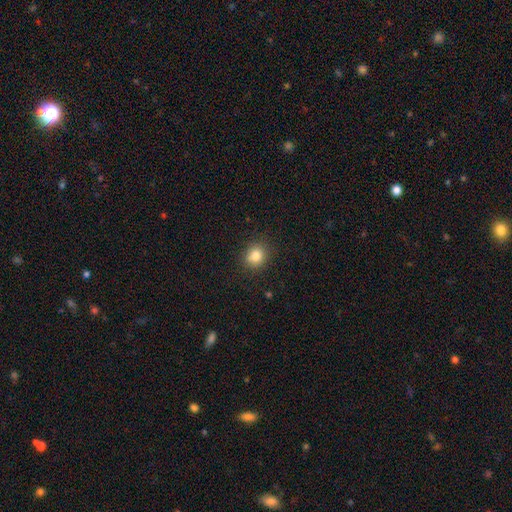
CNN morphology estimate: A smooth galaxy with no disk features (82%) that is round (81%).

Vote fractions:
- Smooth or featured? smooth: 82% / star or artifact: 12% / featured or disk: 7%
- How rounded? round: 81% / in between: 18% / cigar-shaped: 1%
- Merging? none: 86% / minor disturbance: 10% / major disturbance: 3% / merger: 2%